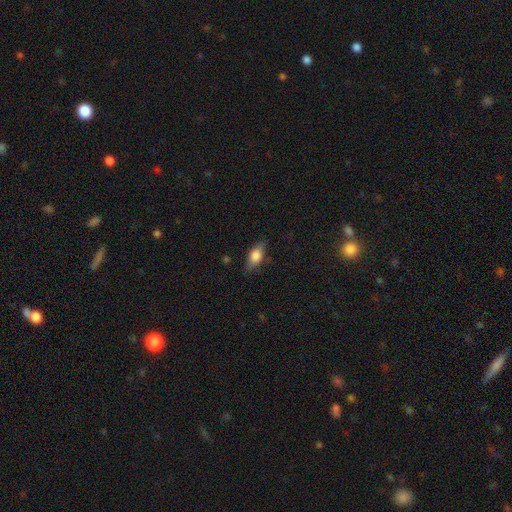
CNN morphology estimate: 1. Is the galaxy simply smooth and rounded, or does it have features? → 70% smooth, 22% featured or disk, 7% star or artifact.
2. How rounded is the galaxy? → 81% in between, 14% cigar-shaped, 6% round.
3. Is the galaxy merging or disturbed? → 78% none, 17% minor disturbance, 4% major disturbance, 1% merger.